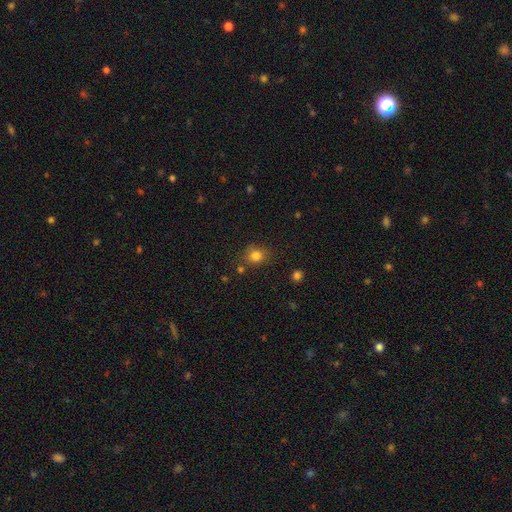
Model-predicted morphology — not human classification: Overall: smooth (80%). How rounded: round (70%). Merging: none (75%).